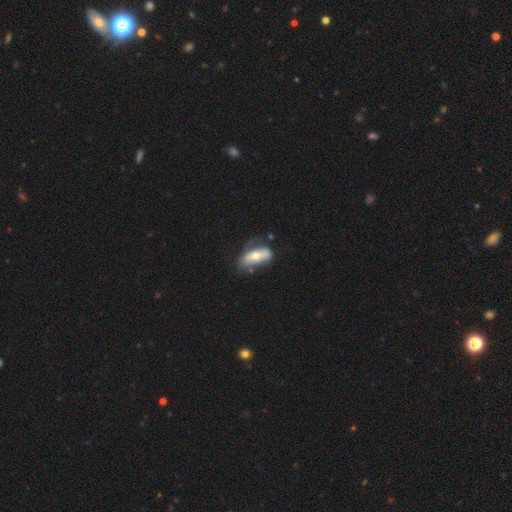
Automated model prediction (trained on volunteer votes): Smooth or featured?
  - smooth: 52% *
  - featured or disk: 42%
  - star or artifact: 6%
How rounded?
  - in between: 80% *
  - cigar-shaped: 16%
  - round: 3%
Merging?
  - none: 46% *
  - minor disturbance: 31%
  - major disturbance: 18%
  - merger: 5%